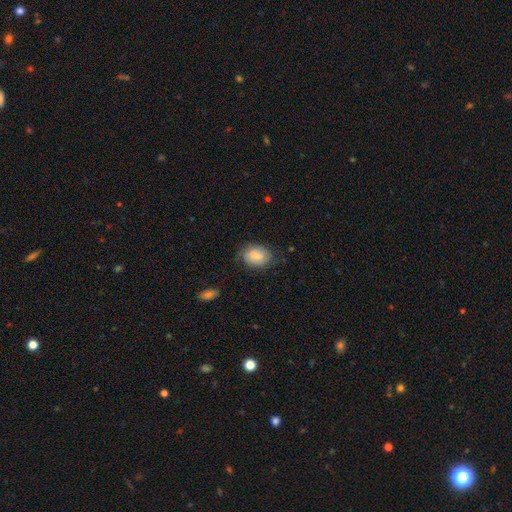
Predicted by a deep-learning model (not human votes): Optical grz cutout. It shows a smooth galaxy with no disk features (69%) that is in between round and cigar-shaped (75%). Merging: none (67%).